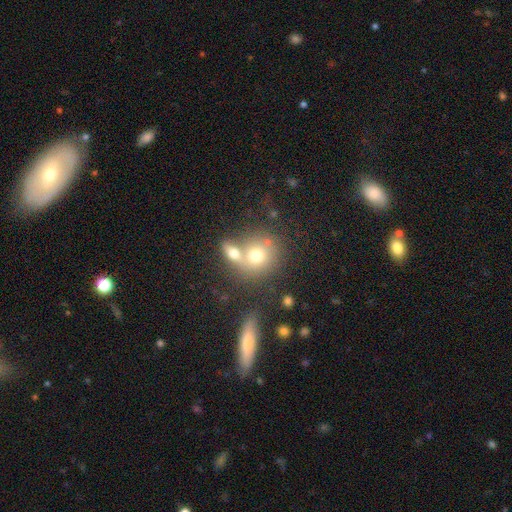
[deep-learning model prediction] A smooth galaxy with no disk features (69%) that is round (76%).

Vote fractions:
- Smooth or featured? smooth: 69% / featured or disk: 20% / star or artifact: 12%
- How rounded? round: 76% / in between: 22% / cigar-shaped: 2%
- Merging? merger: 47% / none: 39% / minor disturbance: 9% / major disturbance: 5%